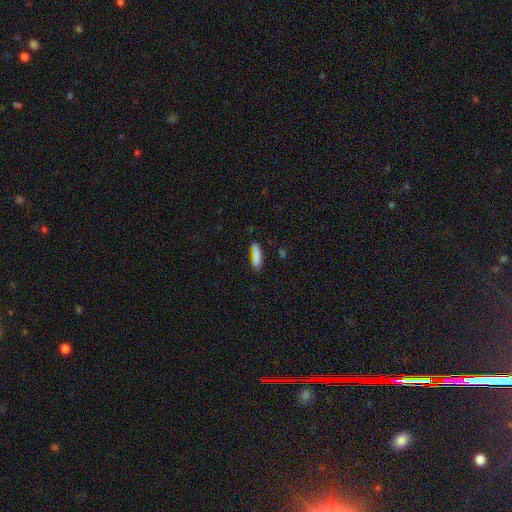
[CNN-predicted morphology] Smooth or featured? Predicted: smooth (p=0.85). How rounded? Predicted: cigar-shaped (p=0.70). Merging? Predicted: none (p=0.72).